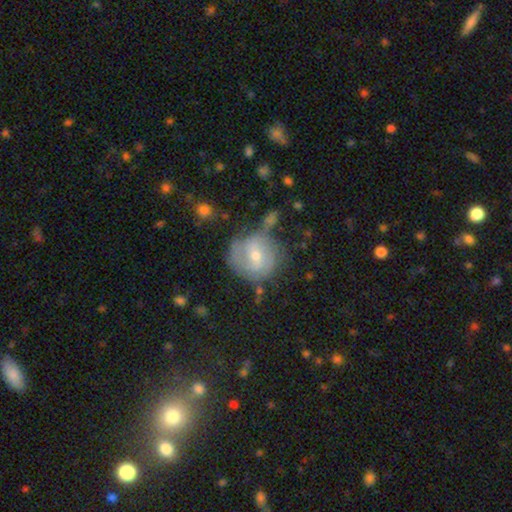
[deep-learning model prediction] featured or disk 58%, smooth 34%, star or artifact 8%. Down the decision tree: edge-on disk — no (97%); bar — weak (46%); spiral arms — yes (74%); bulge size — moderate (51%); merging — none (57%).